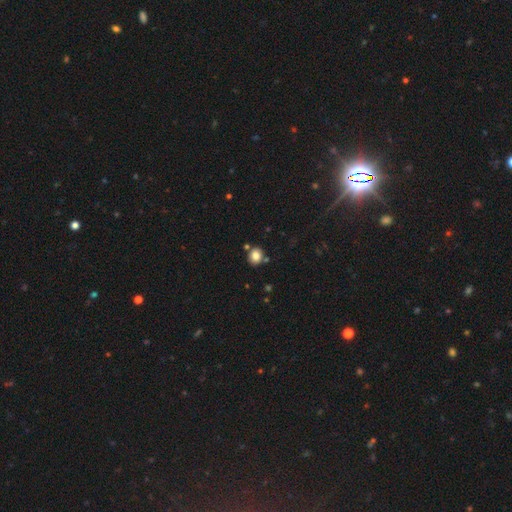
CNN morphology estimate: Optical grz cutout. It shows a smooth galaxy with no disk features (83%) that is round (67%). Merging: none (78%).